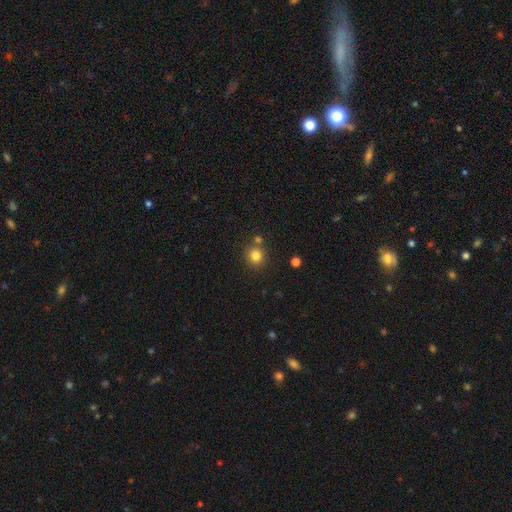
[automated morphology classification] The model was most divided on "merging": none: 76%, merger: 12%, minor disturbance: 9%, major disturbance: 3%. More confident: how rounded — round (89%); smooth or featured — smooth (82%).